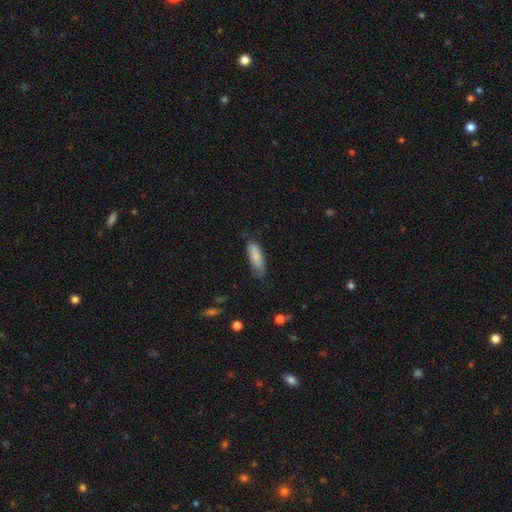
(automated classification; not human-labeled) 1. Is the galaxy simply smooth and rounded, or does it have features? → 78% smooth, 16% featured or disk, 6% star or artifact.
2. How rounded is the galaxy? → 72% in between, 27% cigar-shaped, 2% round.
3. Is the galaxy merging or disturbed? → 58% none, 33% minor disturbance, 8% major disturbance, 2% merger.